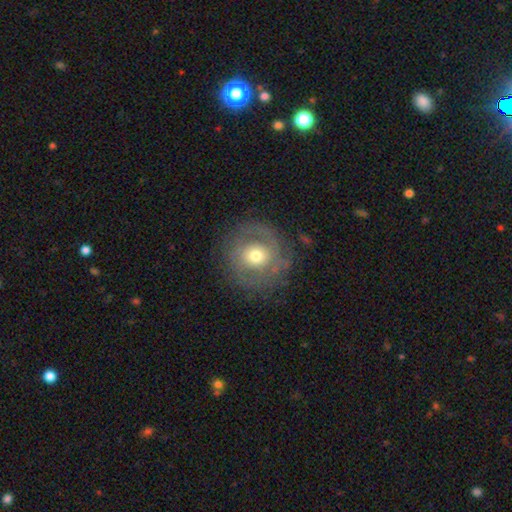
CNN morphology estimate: A featured or disk galaxy (52%).

Vote fractions:
- Smooth or featured? featured or disk: 52% / smooth: 39% / star or artifact: 9%
- Edge-on disk? no: 96% / yes: 4%
- Merging? none: 75% / minor disturbance: 14% / major disturbance: 9% / merger: 1%